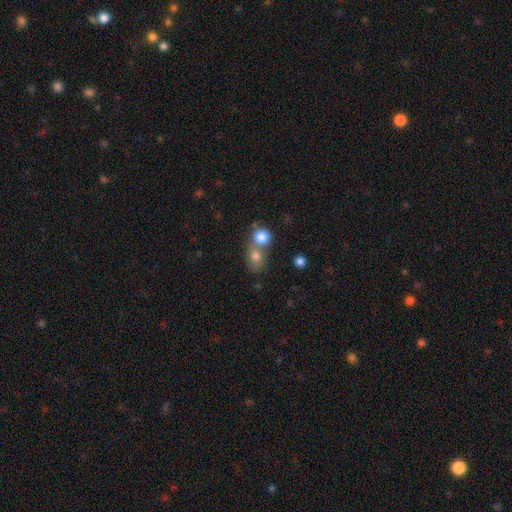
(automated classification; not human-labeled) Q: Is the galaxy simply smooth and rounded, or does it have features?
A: smooth — 77%.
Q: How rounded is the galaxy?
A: round — 65%.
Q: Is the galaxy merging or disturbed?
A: merger — 55%.